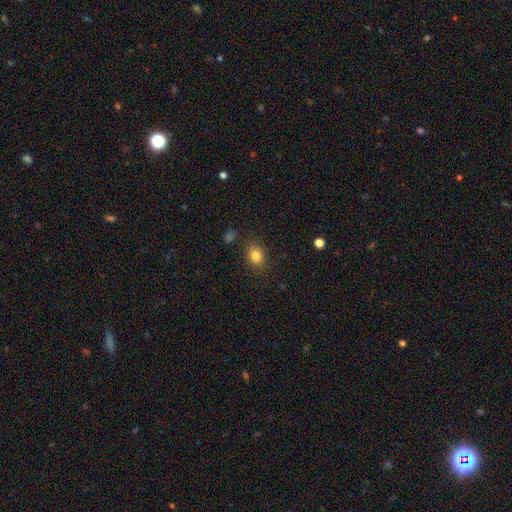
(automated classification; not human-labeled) A smooth galaxy with no disk features (83%) that is in between round and cigar-shaped (65%). Merging: none (84%).